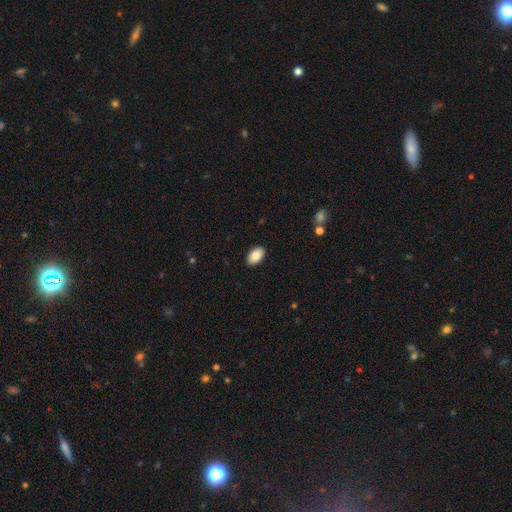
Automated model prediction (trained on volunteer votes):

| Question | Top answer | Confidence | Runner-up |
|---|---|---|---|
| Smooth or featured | smooth | 89% | star or artifact (7%) |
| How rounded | in between | 93% | round (5%) |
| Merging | none | 89% | minor disturbance (8%) |